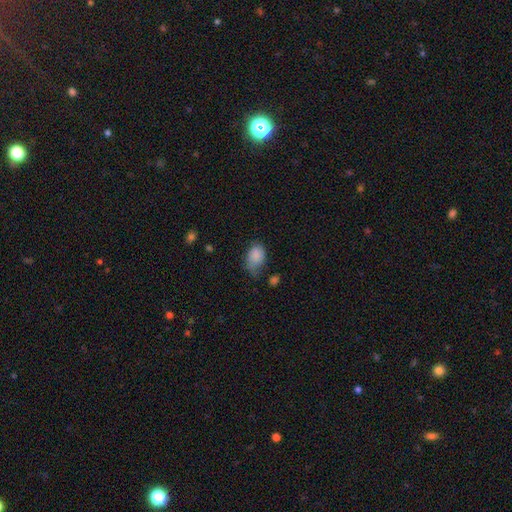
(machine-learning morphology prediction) smooth-or-featured: smooth: 82% | featured or disk: 10% | star or artifact: 8%
  how-rounded: in between: 82% | round: 17% | cigar-shaped: 1%
  merging: none: 39% (tied) | minor disturbance: 39% (tied) | major disturbance: 18% | merger: 4%